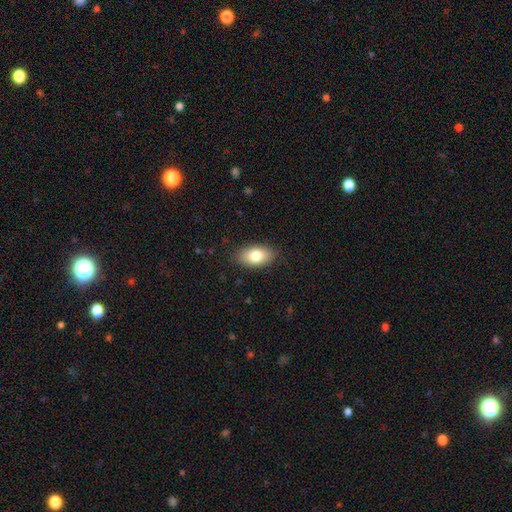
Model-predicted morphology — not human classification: This is likely a smooth galaxy (79%). How rounded: clearly in between (92%). Merging: clearly none (87%).